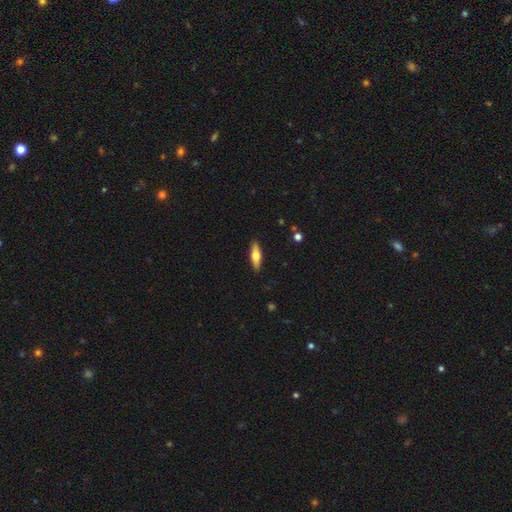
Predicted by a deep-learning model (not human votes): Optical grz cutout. It shows a smooth galaxy with no disk features (55%) that is cigar-shaped (60%). Merging: none (90%).